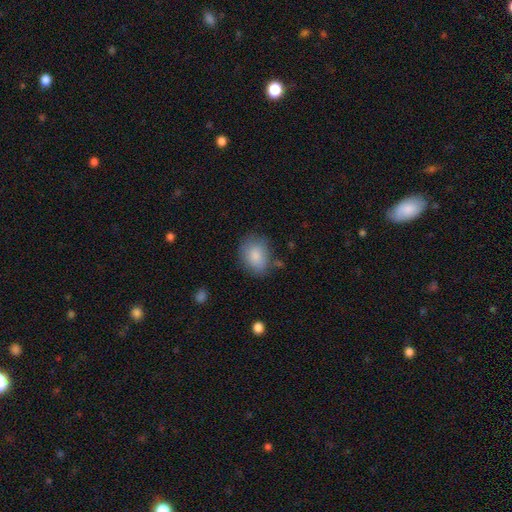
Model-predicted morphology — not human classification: smooth_or_featured: smooth (p=0.85) [alt: featured or disk p=0.08]
how_rounded: in between (p=0.55) [alt: round p=0.44]
merging: none (p=0.71) [alt: minor disturbance p=0.20]